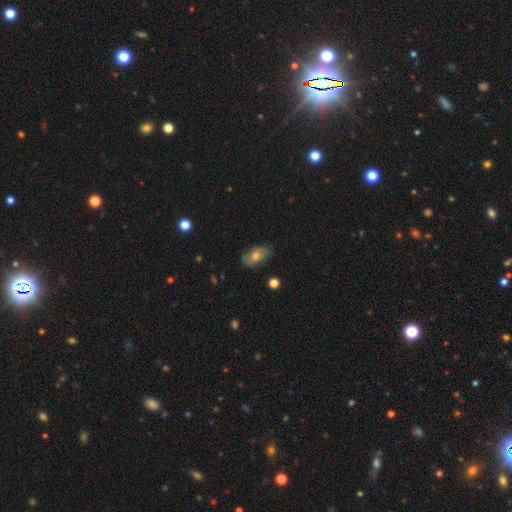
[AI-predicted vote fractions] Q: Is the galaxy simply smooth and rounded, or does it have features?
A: smooth — 49%.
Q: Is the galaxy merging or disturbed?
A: none — 75%.